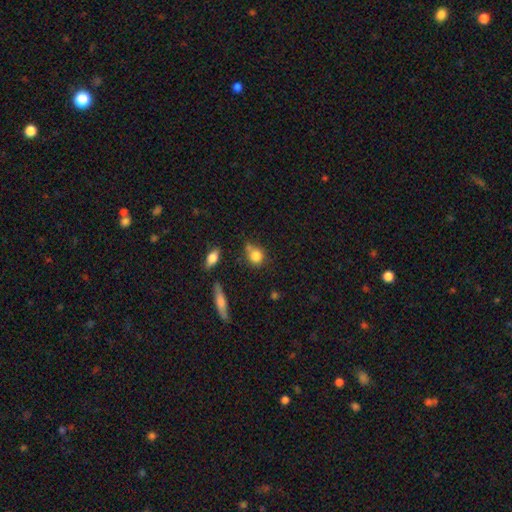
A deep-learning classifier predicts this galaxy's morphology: smooth 79%, star or artifact 10%, featured or disk 10%. Down the decision tree: how rounded — round (73%); merging — none (55%).